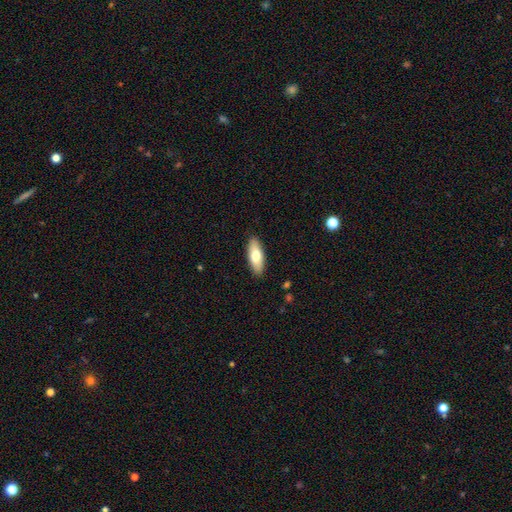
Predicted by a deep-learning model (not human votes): A smooth galaxy with no disk features (73%) that is in between round and cigar-shaped (72%).

Vote fractions:
- Smooth or featured? smooth: 73% / featured or disk: 21% / star or artifact: 6%
- How rounded? in between: 72% / cigar-shaped: 26% / round: 2%
- Merging? none: 89% / minor disturbance: 8% / major disturbance: 2% / merger: 1%